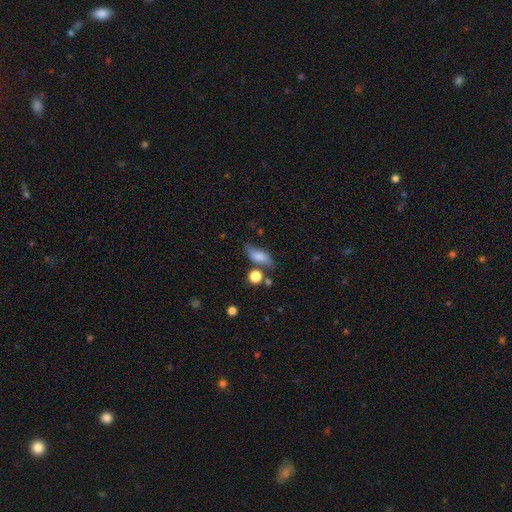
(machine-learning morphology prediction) This appears to be a smooth galaxy with no disk features (67%) that is in between round and cigar-shaped (71%). Merging: none (59%).